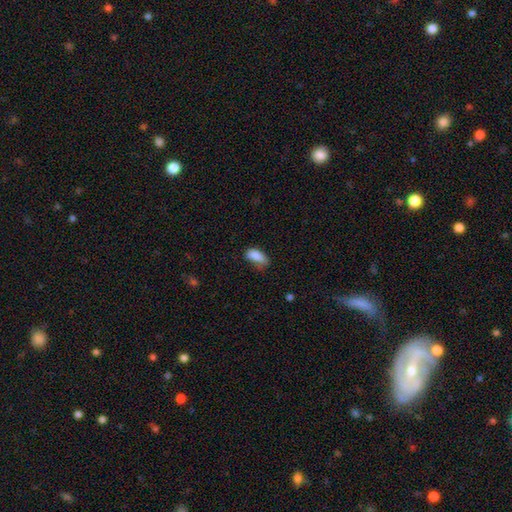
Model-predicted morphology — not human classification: A smooth galaxy with no disk features (86%) that is in between round and cigar-shaped (90%). Merging: none (45%).